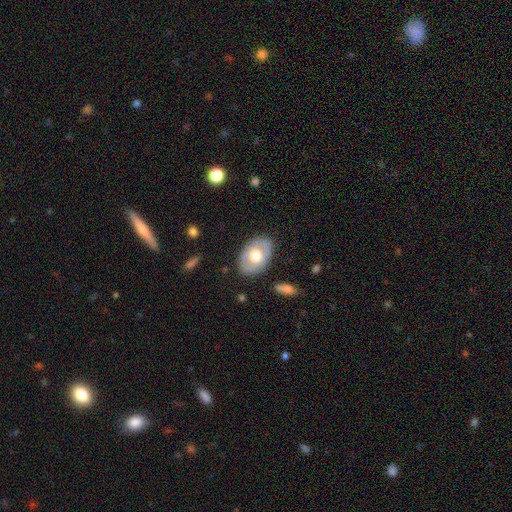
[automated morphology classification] smooth_or_featured: smooth (p=0.50) [alt: featured or disk p=0.45]
merging: none (p=0.81) [alt: minor disturbance p=0.14]